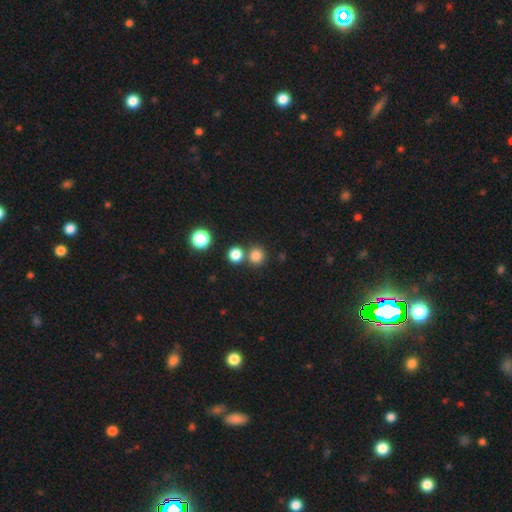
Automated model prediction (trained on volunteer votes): A smooth galaxy with no disk features (81%) that is round (92%). Merging: none (74%).